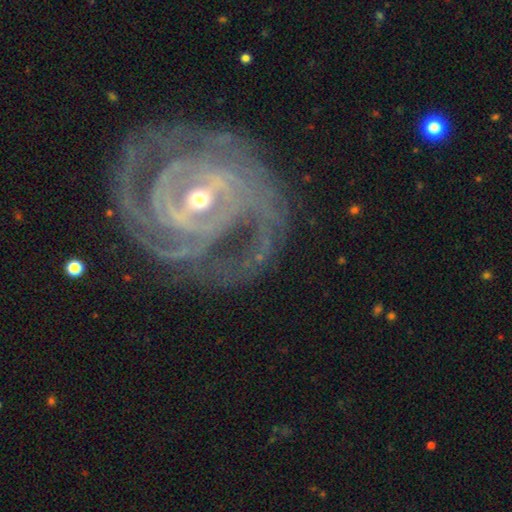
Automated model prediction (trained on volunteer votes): Smooth or featured? Predicted: featured or disk (p=0.91). Edge-on disk? Predicted: no (p=0.97). Bar? Predicted: strong (p=0.45). Spiral arms? Predicted: yes (p=0.98). Spiral winding? Predicted: tight (p=0.71). Spiral arm count? Predicted: 3 (p=0.27). Bulge size? Predicted: small (p=0.53). Merging? Predicted: none (p=0.75).